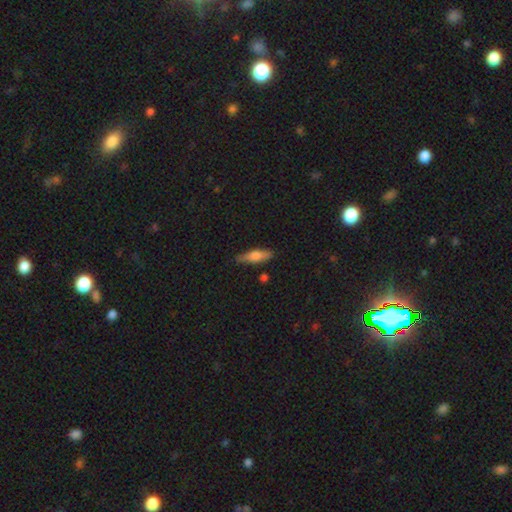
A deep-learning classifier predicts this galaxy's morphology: The model was most divided on "how rounded": cigar-shaped: 64%, in between: 34%, round: 2%. More confident: merging — none (81%); smooth or featured — smooth (64%).